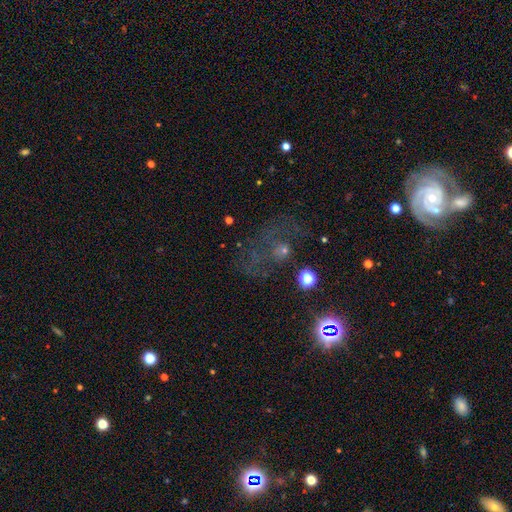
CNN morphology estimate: A featured or disk galaxy (44%).

Vote fractions:
- Smooth or featured? featured or disk: 44% / star or artifact: 35% / smooth: 21%
- Merging? none: 60% / major disturbance: 18% / minor disturbance: 17% / merger: 6%